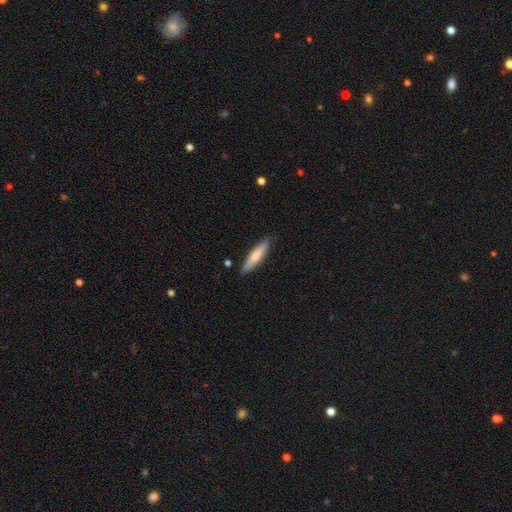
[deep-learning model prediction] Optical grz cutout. It shows a smooth galaxy with no disk features (74%) that is cigar-shaped (80%). Merging: none (85%).